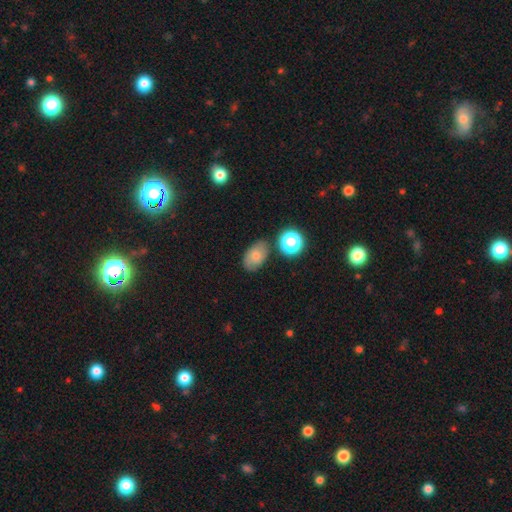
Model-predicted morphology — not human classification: The model was most divided on "smooth or featured": smooth: 70%, featured or disk: 18%, star or artifact: 12%. More confident: how rounded — in between (83%); merging — none (72%).